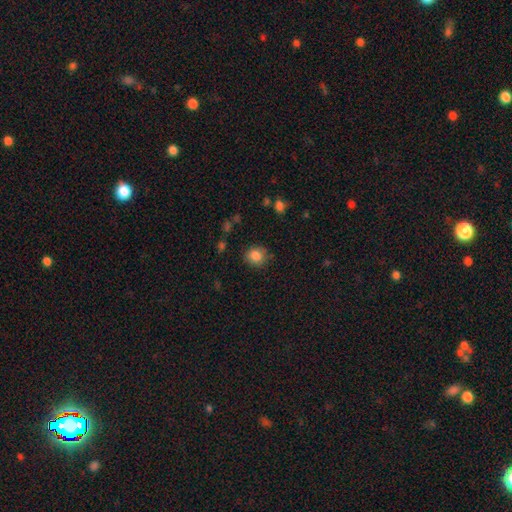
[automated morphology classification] Smooth or featured: smooth — 85% (star or artifact — 10%)
How rounded: round — 79% (in between — 20%)
Merging: none — 82% (minor disturbance — 13%)